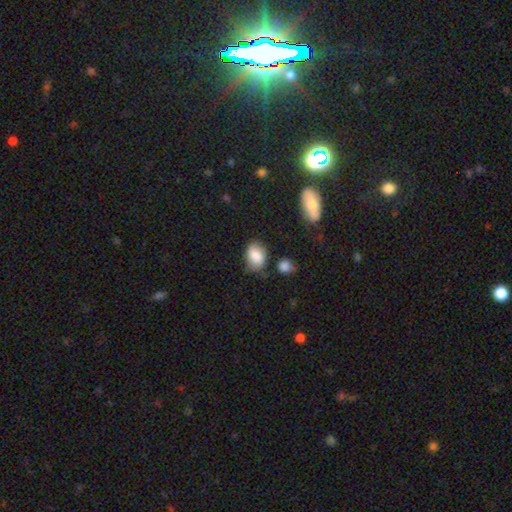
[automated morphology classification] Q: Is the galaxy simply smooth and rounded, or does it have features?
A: smooth — 82%.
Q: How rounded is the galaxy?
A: in between — 80%.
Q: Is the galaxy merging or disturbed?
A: none — 66%.